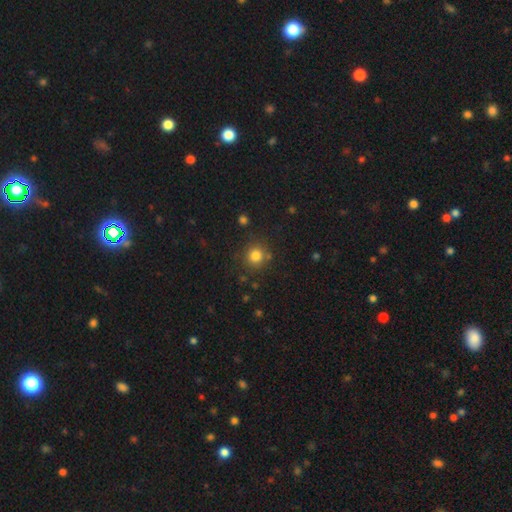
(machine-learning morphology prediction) This appears to be a smooth galaxy with no disk features (81%) that is round (92%). Merging: none (83%).